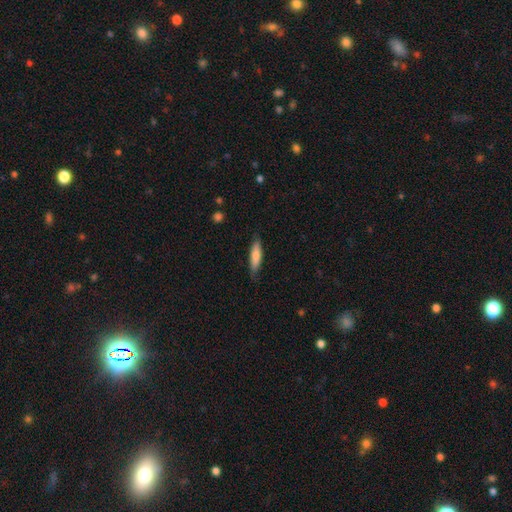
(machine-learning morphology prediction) Overall: smooth (76%). How rounded: cigar-shaped (70%). Merging: none (80%).